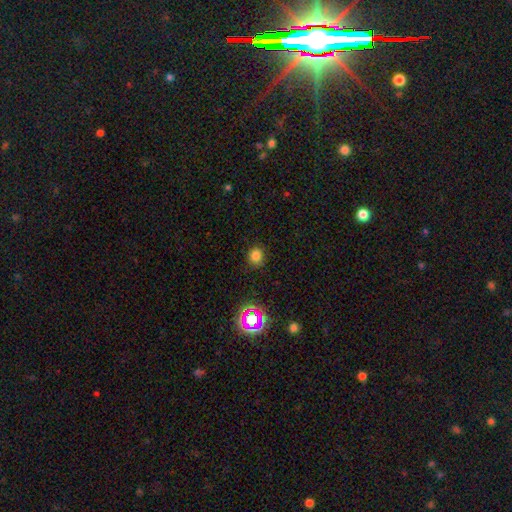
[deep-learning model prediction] smooth 77%, star or artifact 17%, featured or disk 5%. Down the decision tree: how rounded — round (81%); merging — none (86%).